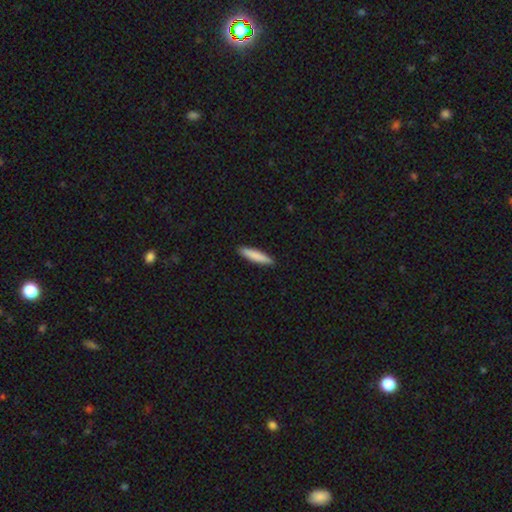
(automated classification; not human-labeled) The model was most divided on "smooth or featured": smooth: 83%, featured or disk: 12%, star or artifact: 5%. More confident: merging — none (91%); how rounded — cigar-shaped (88%).